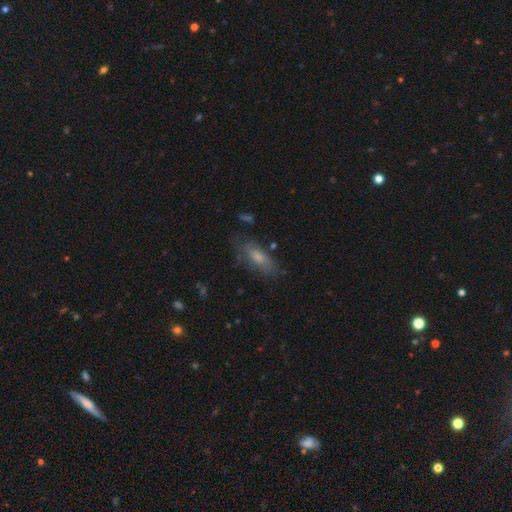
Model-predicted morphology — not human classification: Overall: smooth (56%; featured or disk 30%). How rounded: in between (61%; cigar-shaped 36%). Merging: none (73%).